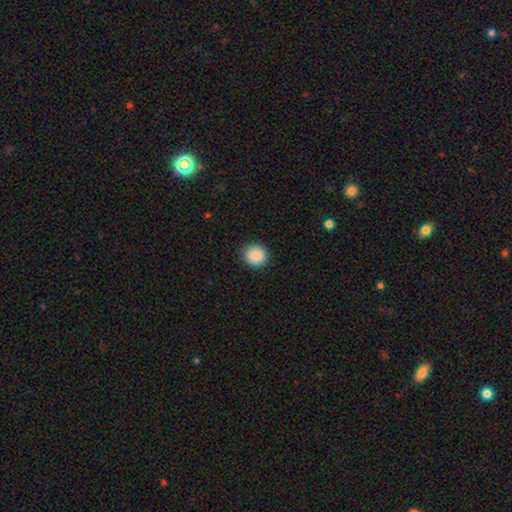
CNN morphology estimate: type=smooth (86%); roundness=round (84%); merging=none (84%).